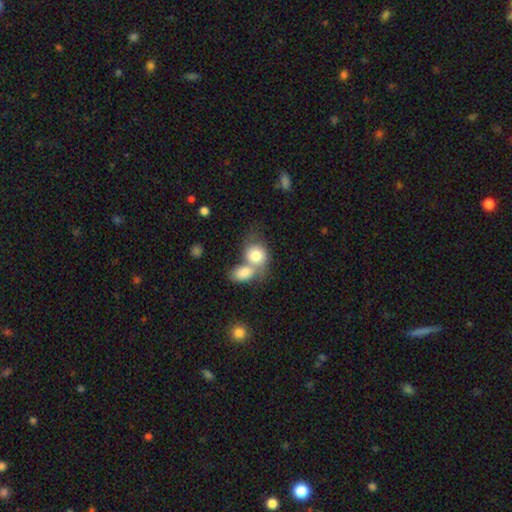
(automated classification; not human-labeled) smooth_or_featured: smooth (p=0.78) [alt: featured or disk p=0.15]
how_rounded: round (p=0.54) [alt: in between p=0.45]
merging: merger (p=0.64) [alt: none p=0.22]